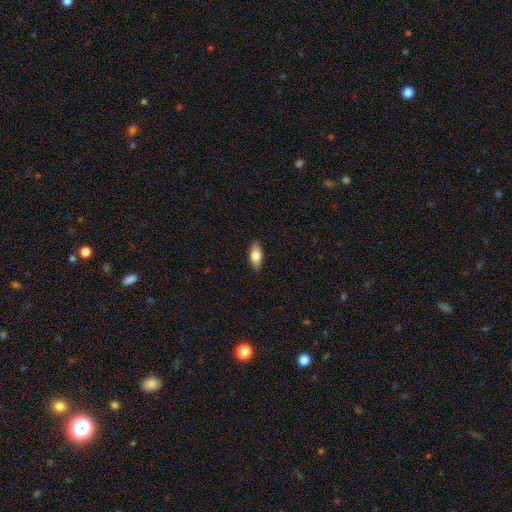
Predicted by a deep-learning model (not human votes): A smooth galaxy with no disk features (75%) that is in between round and cigar-shaped (84%).

Vote fractions:
- Smooth or featured? smooth: 75% / featured or disk: 18% / star or artifact: 6%
- How rounded? in between: 84% / cigar-shaped: 13% / round: 4%
- Merging? none: 88% / minor disturbance: 9% / major disturbance: 2% / merger: 1%